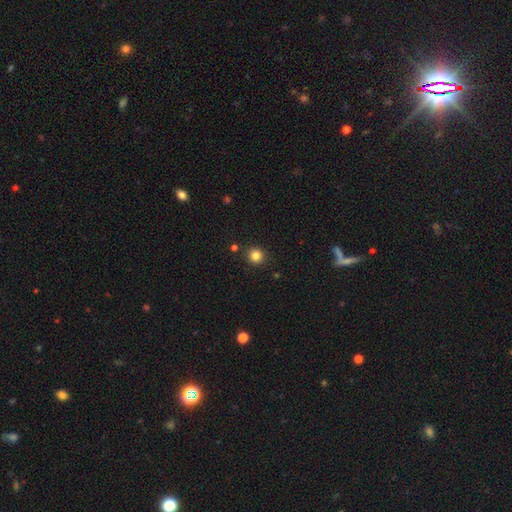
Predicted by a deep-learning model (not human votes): This appears to be a smooth galaxy with no disk features (82%) that is round (91%). Merging: none (89%).